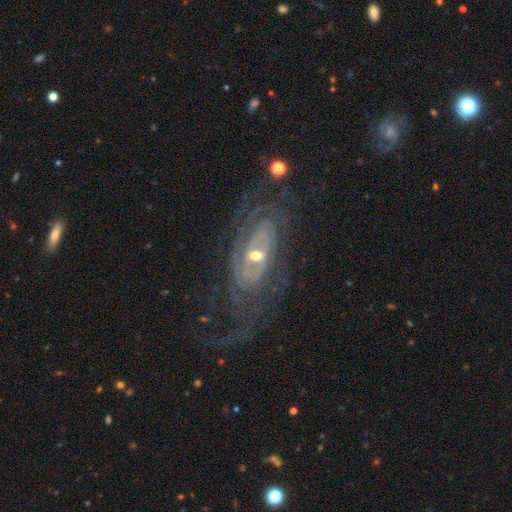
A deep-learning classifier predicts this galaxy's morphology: Overall: featured or disk (85%). Edge-on disk: no (91%). Bar: no (41%; weak 38%). Spiral arms: yes (89%). Spiral arm count: can't tell (43%; 2 24%). Spiral winding: tight (64%; medium 26%). Bulge size: moderate (57%; small 37%). Merging: none (69%).